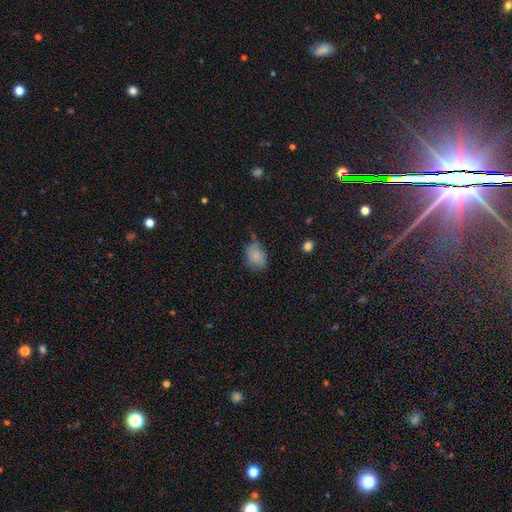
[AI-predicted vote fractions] A smooth galaxy with no disk features (81%) that is in between round and cigar-shaped (76%).

Vote fractions:
- Smooth or featured? smooth: 81% / star or artifact: 10% / featured or disk: 9%
- How rounded? in between: 76% / round: 23% / cigar-shaped: 1%
- Merging? none: 54% / minor disturbance: 33% / major disturbance: 9% / merger: 4%